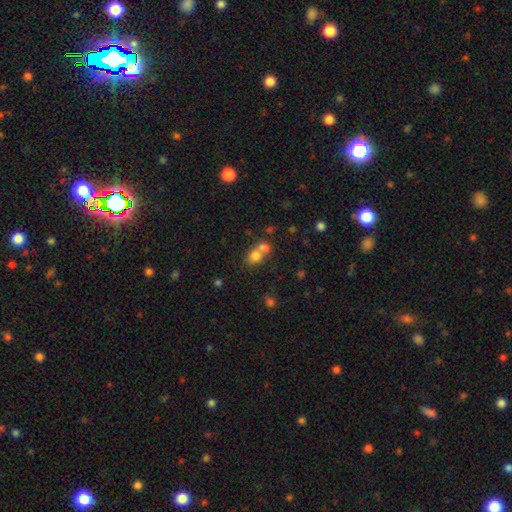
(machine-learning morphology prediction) smooth-or-featured: smooth: 75% | star or artifact: 13% | featured or disk: 12%
  how-rounded: round: 63% | in between: 36% | cigar-shaped: 1%
  merging: merger: 59% | none: 31% | minor disturbance: 6% | major disturbance: 3%